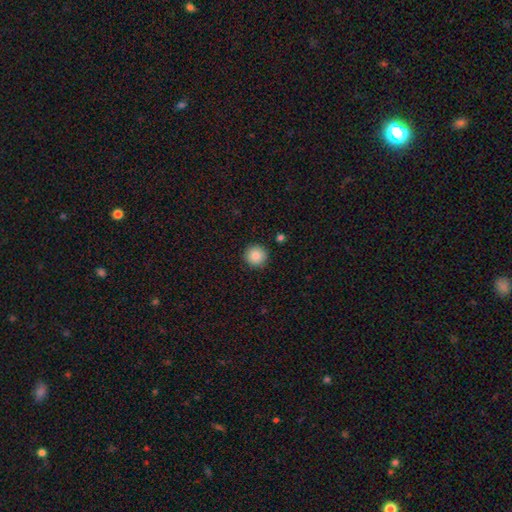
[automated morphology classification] type=smooth (87%); roundness=round (95%); merging=none (91%).